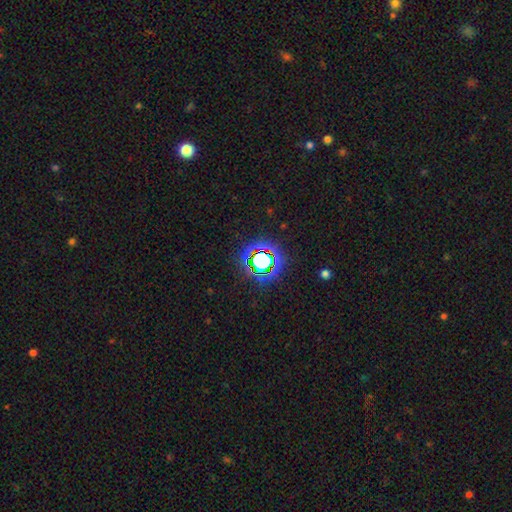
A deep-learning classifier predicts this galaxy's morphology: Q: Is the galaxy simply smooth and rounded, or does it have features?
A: star or artifact — 68%.